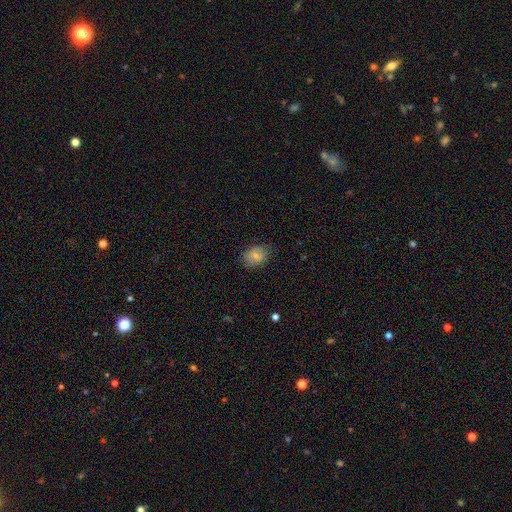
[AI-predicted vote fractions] The model was most divided on "how rounded": in between: 67%, round: 32%, cigar-shaped: 1%. More confident: merging — none (77%); smooth or featured — smooth (76%).